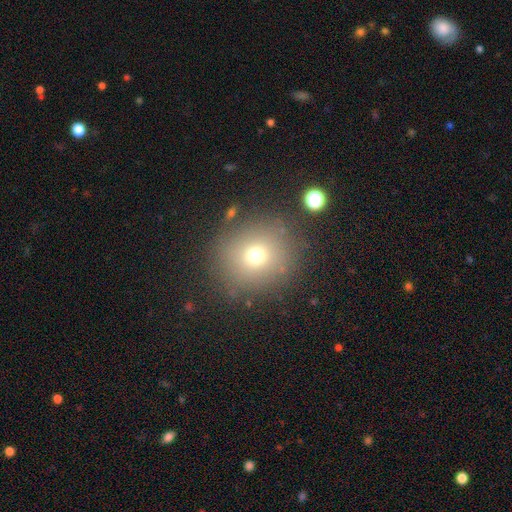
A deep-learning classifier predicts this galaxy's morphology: This appears to be a smooth galaxy with no disk features (69%) that is round (88%). Merging: none (83%).